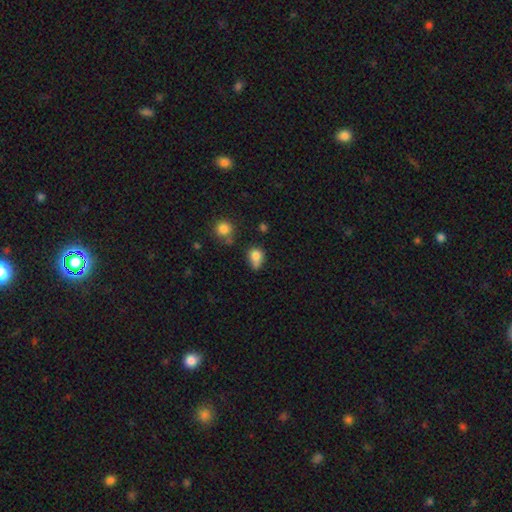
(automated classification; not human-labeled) Morphology: type=smooth (79%); roundness=round (56%); merging=none (39%).